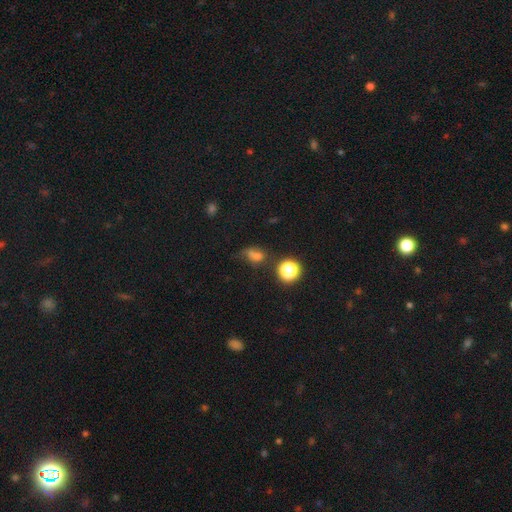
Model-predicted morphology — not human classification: Smooth or featured: smooth — 60% (star or artifact — 27%)
How rounded: round — 52% (in between — 45%)
Merging: none — 37% (merger — 28%)